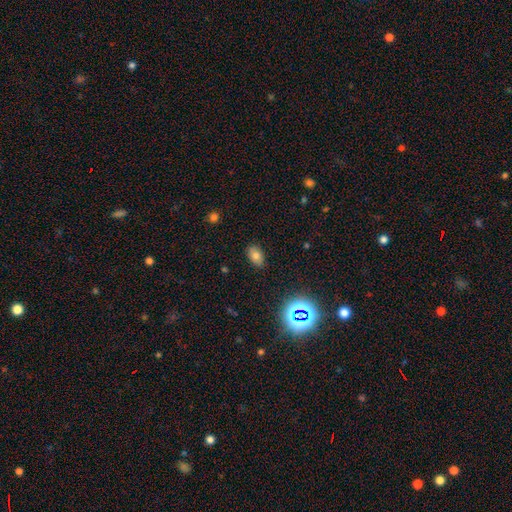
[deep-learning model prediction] Overall: smooth (73%). How rounded: in between (86%). Merging: none (85%).